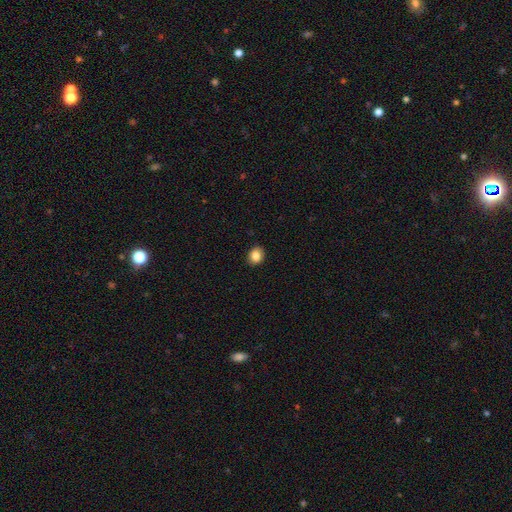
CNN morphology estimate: smooth_or_featured: smooth (p=0.86) [alt: star or artifact p=0.09]
how_rounded: round (p=0.61) [alt: in between p=0.38]
merging: none (p=0.90) [alt: minor disturbance p=0.07]